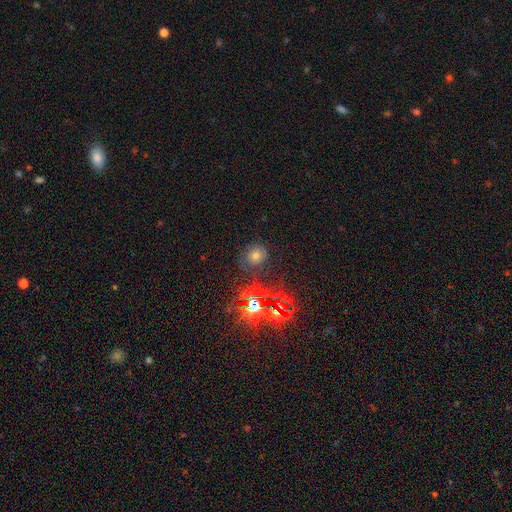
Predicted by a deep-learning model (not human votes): Smooth or featured: smooth — 46% (star or artifact — 36%)
Merging: none — 79% (minor disturbance — 13%)